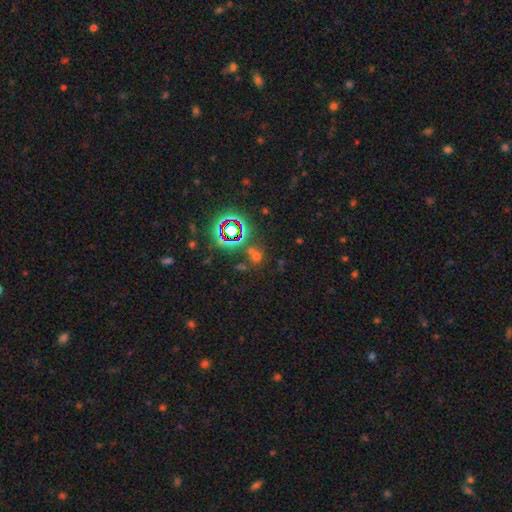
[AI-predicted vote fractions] Q: Smooth or featured?
A: star or artifact (50%); runner-up: smooth (40%)